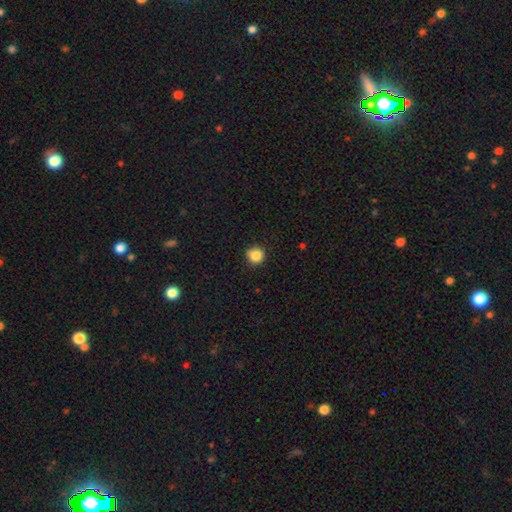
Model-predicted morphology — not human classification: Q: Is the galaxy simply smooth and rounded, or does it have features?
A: smooth — 85%.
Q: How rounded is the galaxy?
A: round — 92%.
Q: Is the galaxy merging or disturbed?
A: none — 83%.